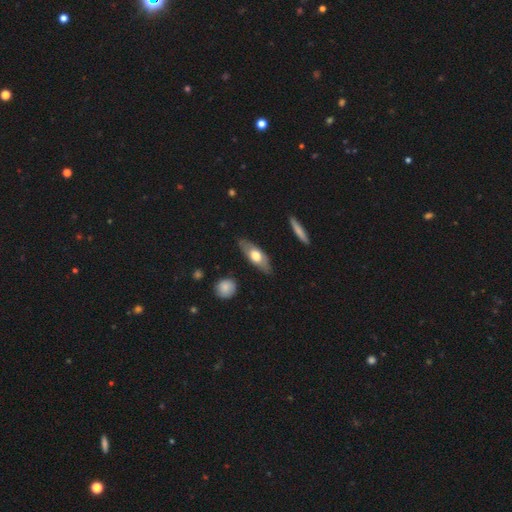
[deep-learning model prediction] Smooth or featured?
  - smooth: 54% *
  - featured or disk: 41%
  - star or artifact: 5%
How rounded?
  - in between: 66% *
  - cigar-shaped: 31%
  - round: 3%
Merging?
  - none: 82% *
  - minor disturbance: 13%
  - major disturbance: 3%
  - merger: 2%